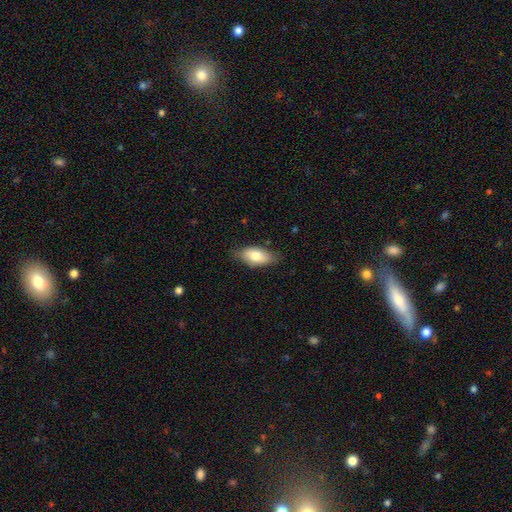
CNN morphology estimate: smooth 78%, featured or disk 15%, star or artifact 6%. Down the decision tree: how rounded — in between (90%); merging — none (76%).